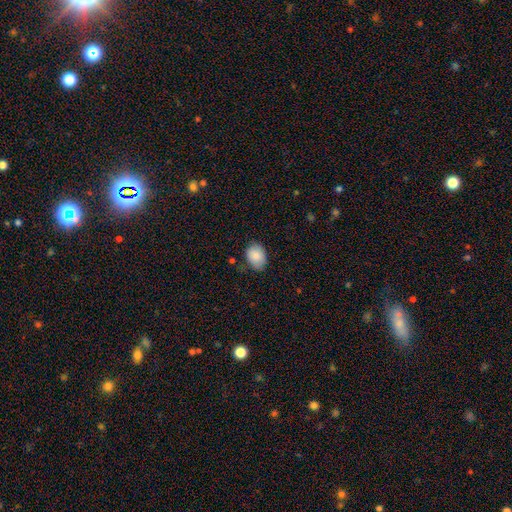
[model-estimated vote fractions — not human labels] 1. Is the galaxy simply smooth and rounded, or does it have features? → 87% smooth, 7% star or artifact, 6% featured or disk.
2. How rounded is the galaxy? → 64% in between, 35% round, 1% cigar-shaped.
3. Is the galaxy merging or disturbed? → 76% none, 19% minor disturbance, 4% major disturbance, 2% merger.